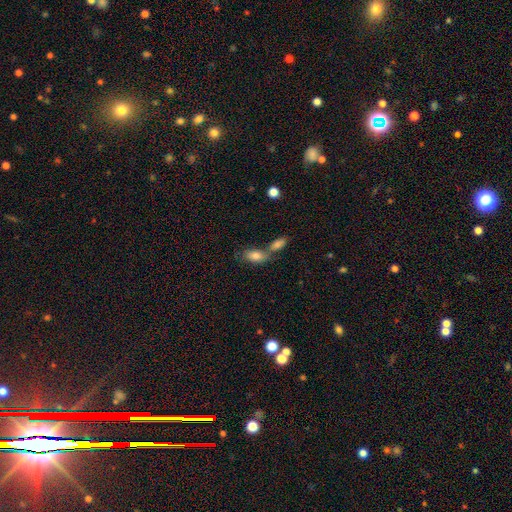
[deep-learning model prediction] A smooth galaxy with no disk features (81%) that is in between round and cigar-shaped (89%).

Vote fractions:
- Smooth or featured? smooth: 81% / featured or disk: 12% / star or artifact: 8%
- How rounded? in between: 89% / cigar-shaped: 5% / round: 5%
- Merging? merger: 50% / none: 36% / minor disturbance: 10% / major disturbance: 4%